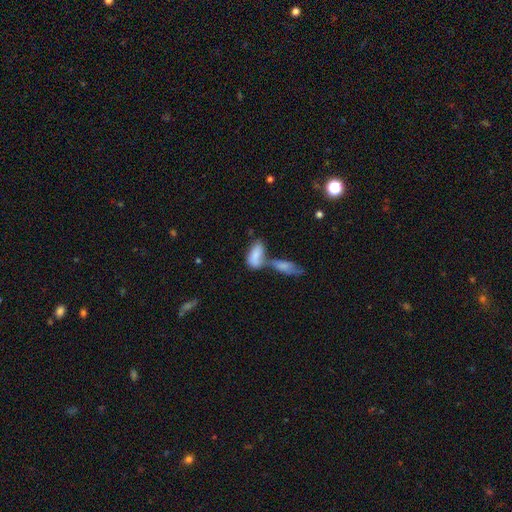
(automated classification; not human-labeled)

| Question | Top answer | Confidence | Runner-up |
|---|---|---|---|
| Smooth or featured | smooth | 79% | featured or disk (14%) |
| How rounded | in between | 86% | cigar-shaped (11%) |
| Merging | merger | 60% | none (23%) |